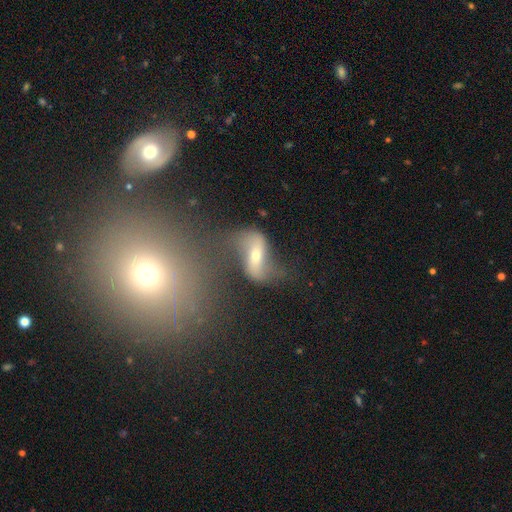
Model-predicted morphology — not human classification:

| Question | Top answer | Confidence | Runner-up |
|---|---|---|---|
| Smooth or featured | featured or disk | 69% | smooth (21%) |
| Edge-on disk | no | 91% | yes (9%) |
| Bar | strong | 38% | no (32%) |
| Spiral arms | yes | 79% | no (21%) |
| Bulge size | small | 48% | moderate (43%) |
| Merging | none | 43% | major disturbance (24%) |